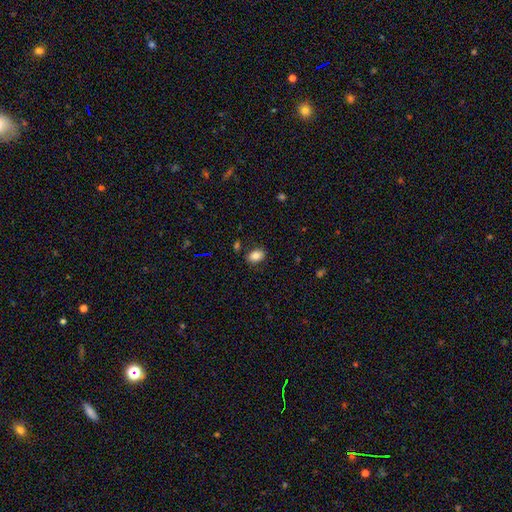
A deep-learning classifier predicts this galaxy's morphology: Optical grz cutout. It shows a smooth galaxy with no disk features (83%) that is in between round and cigar-shaped (80%). Merging: none (84%).